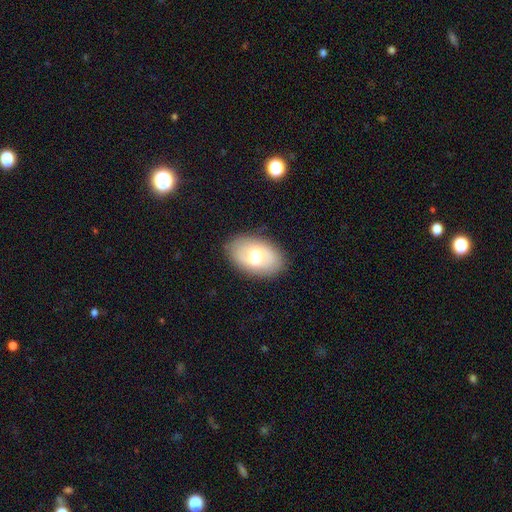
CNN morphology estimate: Overall: smooth (57%; featured or disk 36%). How rounded: in between (90%). Merging: none (85%).